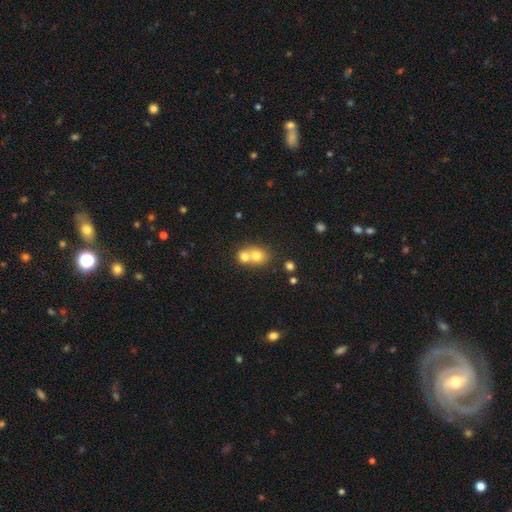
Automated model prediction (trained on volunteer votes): Morphology: type=smooth (74%); roundness=round (71%); merging=merger (64%).